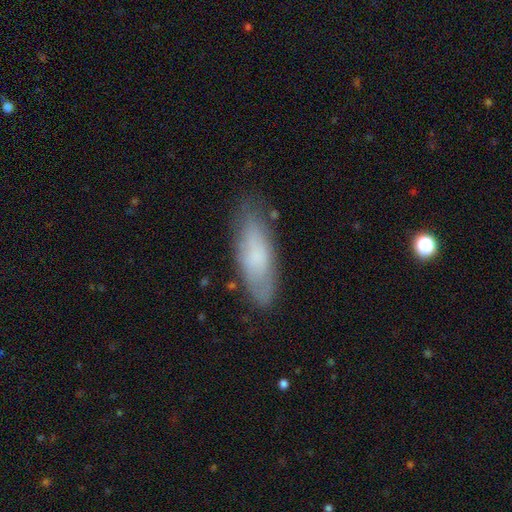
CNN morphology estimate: smooth_or_featured: smooth (p=0.69) [alt: featured or disk p=0.24]
how_rounded: in between (p=0.58) [alt: cigar-shaped p=0.40]
merging: none (p=0.77) [alt: minor disturbance p=0.17]